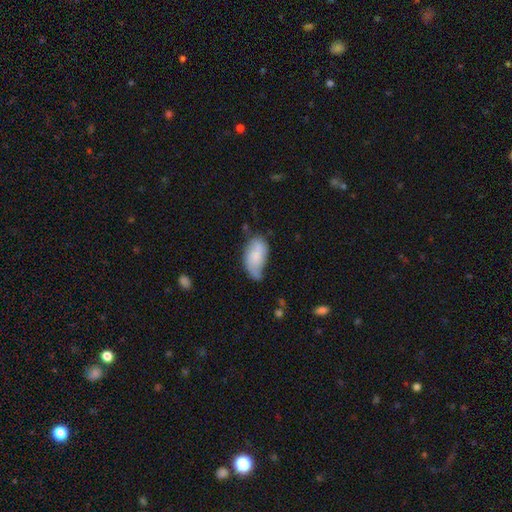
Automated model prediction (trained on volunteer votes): Smooth or featured? smooth (63%)
How rounded? in between (93%)
Merging? minor disturbance (40%, tied with none)